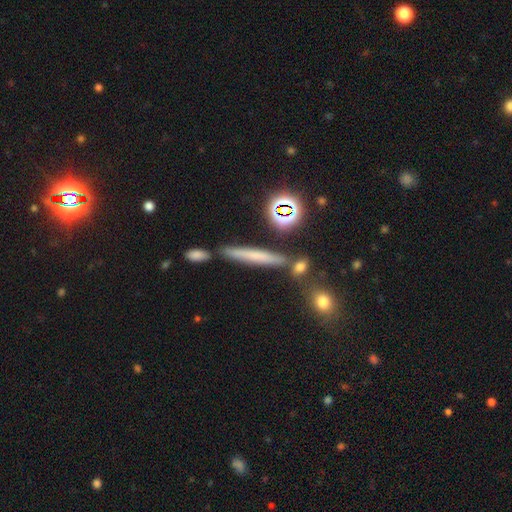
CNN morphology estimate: The model was most divided on "smooth or featured": smooth: 55%, featured or disk: 29%, star or artifact: 16%. More confident: how rounded — cigar-shaped (89%); merging — none (77%).